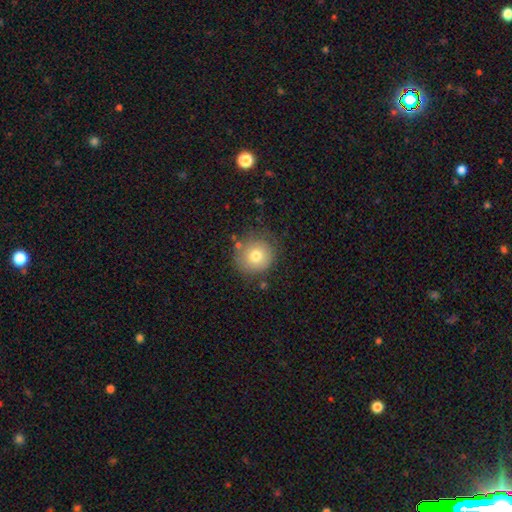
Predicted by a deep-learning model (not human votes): smooth-or-featured: smooth: 75% | featured or disk: 15% | star or artifact: 11%
  how-rounded: round: 91% | in between: 8% | cigar-shaped: 1%
  merging: none: 77% | minor disturbance: 15% | major disturbance: 5% | merger: 3%